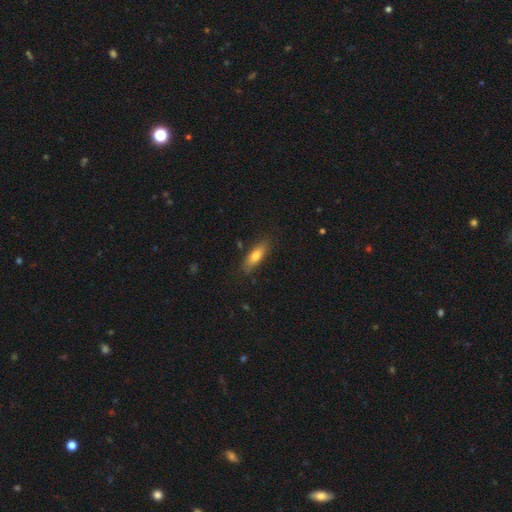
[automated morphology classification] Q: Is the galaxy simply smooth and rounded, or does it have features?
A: smooth — 73%.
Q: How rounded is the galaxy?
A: in between — 58%.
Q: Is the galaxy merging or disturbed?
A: none — 82%.